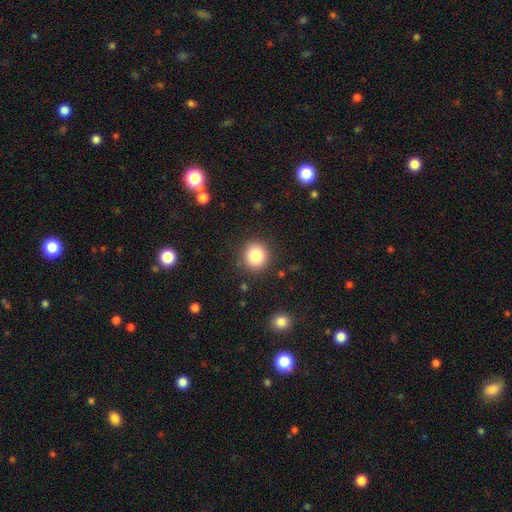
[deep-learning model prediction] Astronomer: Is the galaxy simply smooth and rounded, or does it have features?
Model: smooth — 84%.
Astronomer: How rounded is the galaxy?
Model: round — 91%.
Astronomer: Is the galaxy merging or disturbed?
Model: none — 89%.